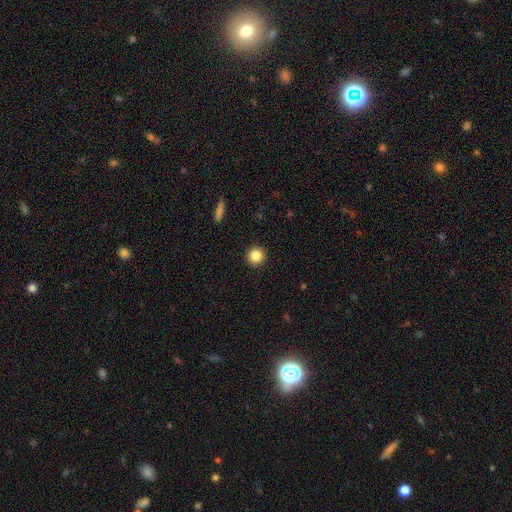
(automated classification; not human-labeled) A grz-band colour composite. It shows a smooth galaxy with no disk features (85%) that is round (94%). Merging: none (92%).